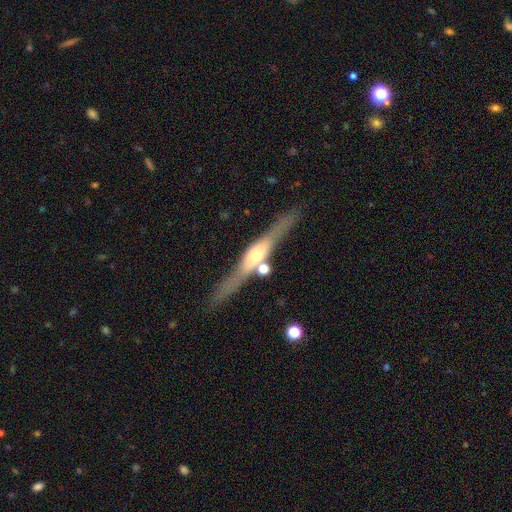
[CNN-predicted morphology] Smooth or featured? featured or disk (76%)
Edge-on disk? yes (96%)
Edge-on bulge? rounded (85%)
Merging? none (76%)